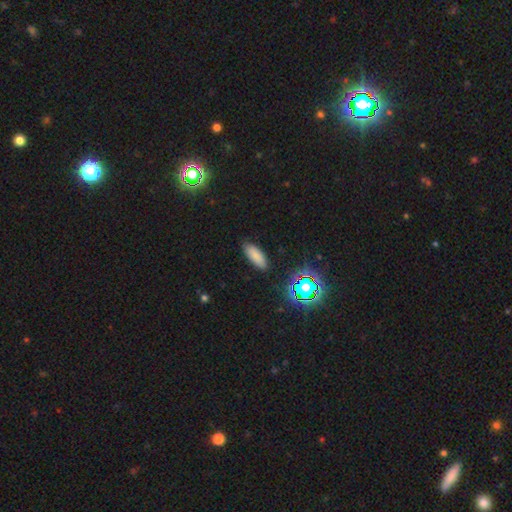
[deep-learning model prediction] A smooth galaxy with no disk features (79%) that is in between round and cigar-shaped (73%).

Vote fractions:
- Smooth or featured? smooth: 79% / star or artifact: 14% / featured or disk: 7%
- How rounded? in between: 73% / cigar-shaped: 25% / round: 2%
- Merging? none: 86% / minor disturbance: 11% / major disturbance: 2% / merger: 1%